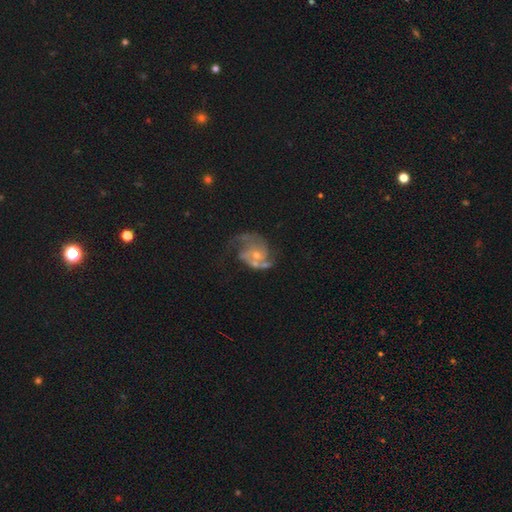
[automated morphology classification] Smooth or featured?
  - featured or disk: 85% *
  - smooth: 9%
  - star or artifact: 6%
Edge-on disk?
  - no: 98% *
  - yes: 2%
Bar?
  - no: 65% *
  - weak: 30%
  - strong: 5%
Spiral arms?
  - yes: 94% *
  - no: 6%
Spiral winding?
  - medium: 51% *
  - loose: 26%
  - tight: 23%
Spiral arm count?
  - 2: 76% *
  - can't tell: 8%
  - 1: 6%
  - 3: 6%
  - 4: 2%
  - more than 4: 2%
Bulge size?
  - small: 48% *
  - moderate: 44%
  - none: 4%
  - large: 3%
  - dominant: 1%
Merging?
  - none: 44% *
  - major disturbance: 23%
  - minor disturbance: 21%
  - merger: 11%